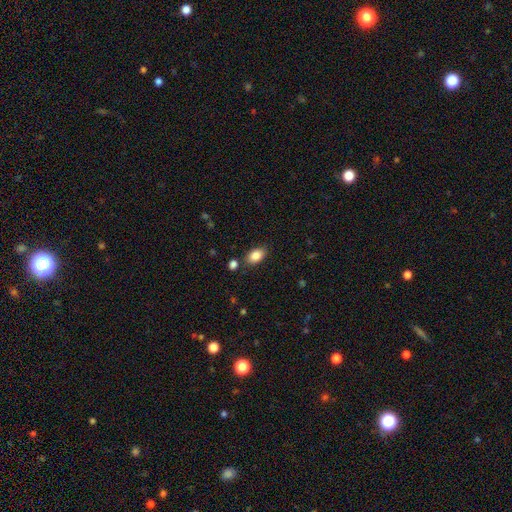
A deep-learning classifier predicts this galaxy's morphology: smooth_or_featured: smooth (p=0.85) [alt: star or artifact p=0.08]
how_rounded: in between (p=0.89) [alt: round p=0.09]
merging: none (p=0.81) [alt: minor disturbance p=0.11]